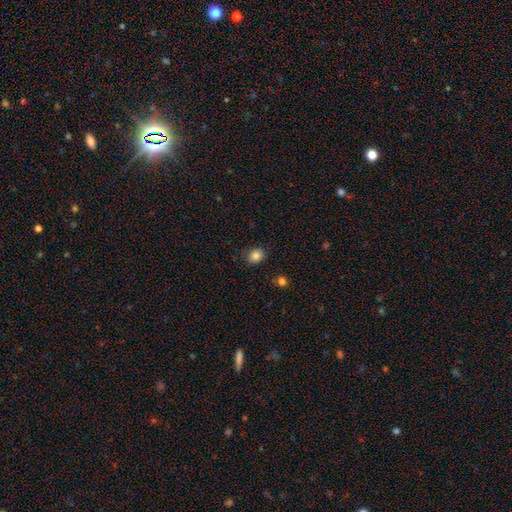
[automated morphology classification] smooth-or-featured: smooth: 85% | star or artifact: 10% | featured or disk: 5%
  how-rounded: round: 56% | in between: 43% | cigar-shaped: 1%
  merging: none: 84% | minor disturbance: 12% | major disturbance: 3% | merger: 2%